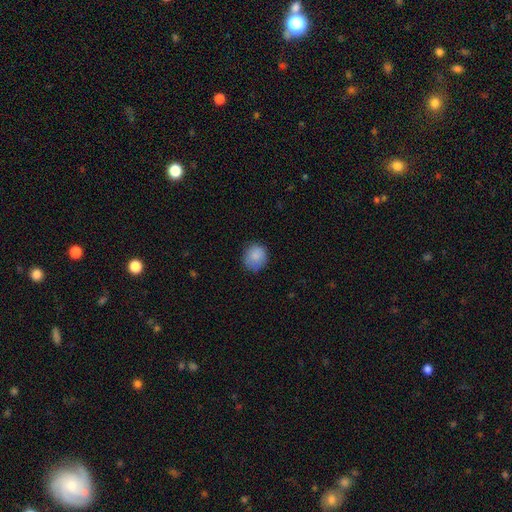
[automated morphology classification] The model was most divided on "merging": none: 78%, minor disturbance: 17%, major disturbance: 4%, merger: 1%. More confident: smooth or featured — smooth (87%); how rounded — round (81%).